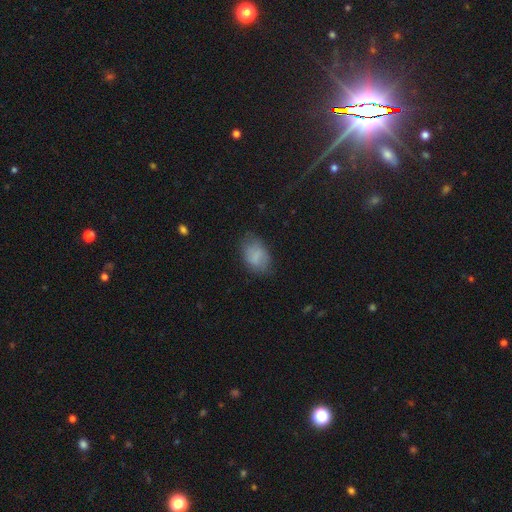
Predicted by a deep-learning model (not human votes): A smooth galaxy with no disk features (77%) that is in between round and cigar-shaped (86%).

Vote fractions:
- Smooth or featured? smooth: 77% / featured or disk: 14% / star or artifact: 8%
- How rounded? in between: 86% / round: 13% / cigar-shaped: 1%
- Merging? none: 70% / minor disturbance: 22% / major disturbance: 6% / merger: 1%